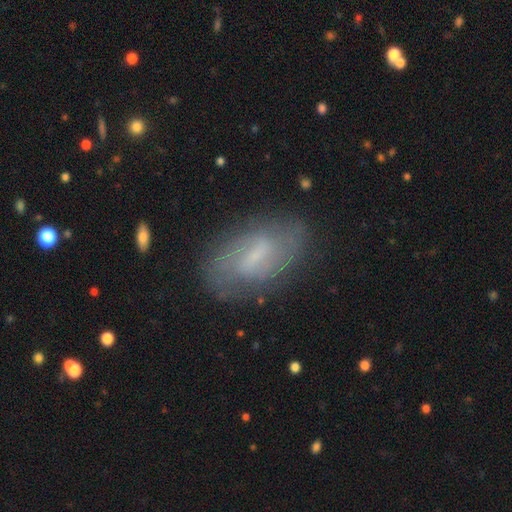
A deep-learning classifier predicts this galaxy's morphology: Q: Smooth or featured?
A: featured or disk (67%); runner-up: smooth (26%)
Q: Edge-on disk?
A: no (93%); runner-up: yes (7%)
Q: Bar?
A: weak (57%); runner-up: strong (27%)
Q: Spiral arms?
A: yes (82%); runner-up: no (18%)
Q: Spiral winding?
A: medium (41%); runner-up: tight (37%)
Q: Spiral arm count?
A: 2 (65%); runner-up: can't tell (25%)
Q: Bulge size?
A: small (54%); runner-up: moderate (22%)
Q: Merging?
A: none (77%); runner-up: minor disturbance (16%)